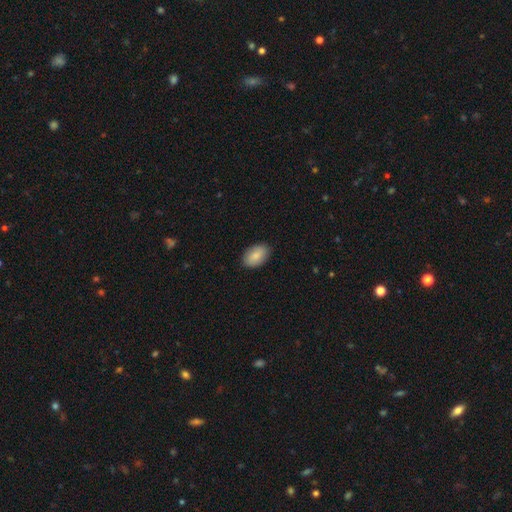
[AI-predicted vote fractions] smooth-or-featured: smooth: 87% | featured or disk: 7% | star or artifact: 6%
  how-rounded: in between: 93% | round: 6% | cigar-shaped: 1%
  merging: none: 88% | minor disturbance: 10% | major disturbance: 2% | merger: 1%